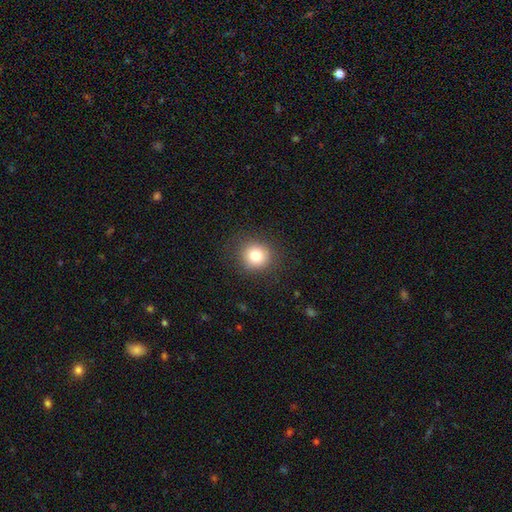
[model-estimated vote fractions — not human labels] smooth_or_featured: smooth (p=0.80) [alt: star or artifact p=0.11]
how_rounded: round (p=0.90) [alt: in between p=0.09]
merging: none (p=0.88) [alt: minor disturbance p=0.08]